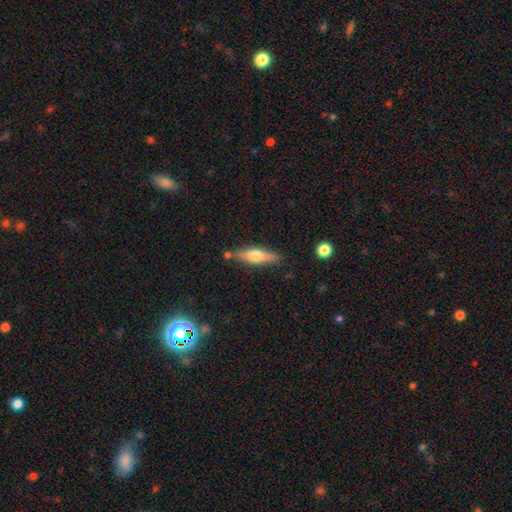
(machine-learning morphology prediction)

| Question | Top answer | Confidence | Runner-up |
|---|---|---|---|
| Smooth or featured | smooth | 51% | featured or disk (43%) |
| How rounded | cigar-shaped | 67% | in between (31%) |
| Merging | none | 79% | minor disturbance (13%) |